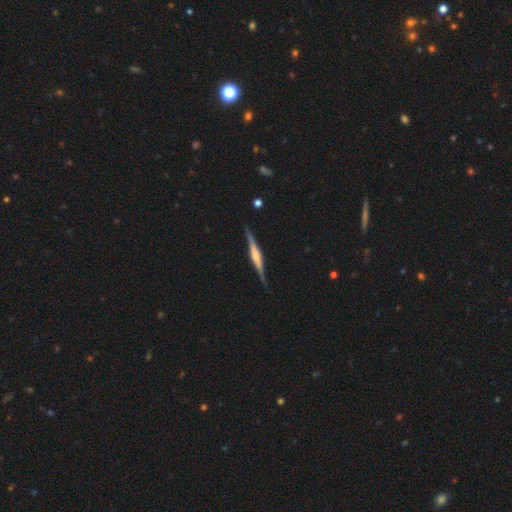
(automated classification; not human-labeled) Smooth or featured? Predicted: featured or disk (p=0.73). Edge-on disk? Predicted: yes (p=0.98). Edge-on bulge? Predicted: rounded (p=0.46). Merging? Predicted: none (p=0.88).